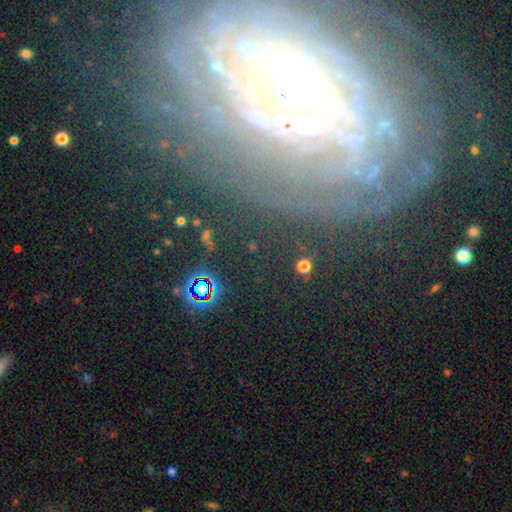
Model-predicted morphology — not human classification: The model was most divided on "bulge size": moderate: 48%, small: 38%, large: 10%, dominant: 2%, none: 2%. Remaining: edge-on disk — no (94%); spiral arms — yes (88%); spiral winding — tight (81%); smooth or featured — featured or disk (79%); merging — none (78%); bar — no (74%); spiral arm count — can't tell (39%).